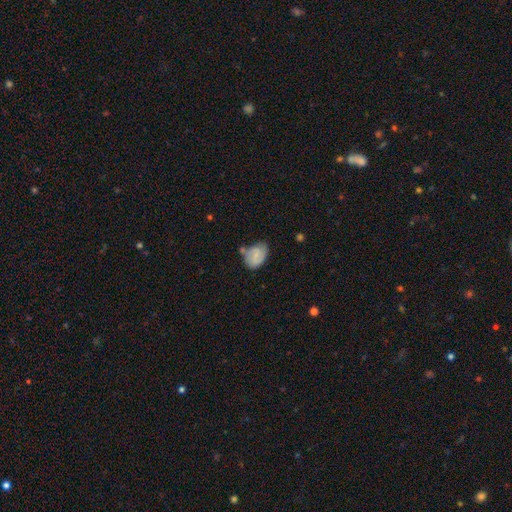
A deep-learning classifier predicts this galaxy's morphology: A smooth galaxy with no disk features (64%) that is in between round and cigar-shaped (75%). Merging: none (43%).